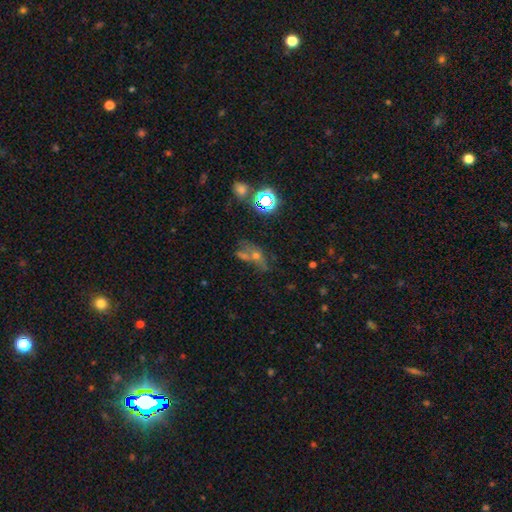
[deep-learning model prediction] The model was most divided on "smooth or featured" (2-way tie): smooth: 37%, star or artifact: 37%, featured or disk: 26%. Remaining: merging — none (40%).